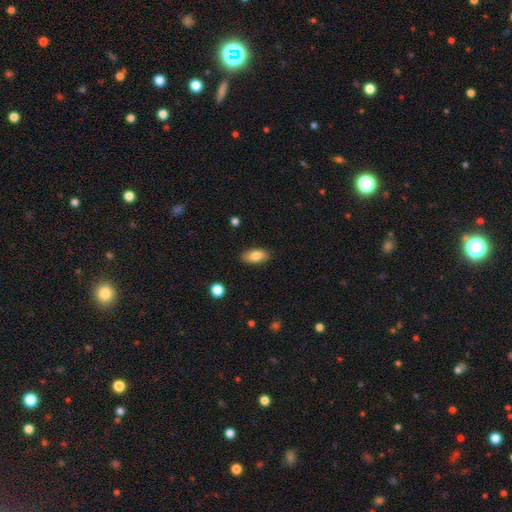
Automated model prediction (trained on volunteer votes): Smooth or featured?
  - smooth: 81% *
  - featured or disk: 12%
  - star or artifact: 7%
How rounded?
  - in between: 90% *
  - cigar-shaped: 6%
  - round: 4%
Merging?
  - none: 88% *
  - minor disturbance: 9%
  - major disturbance: 2%
  - merger: 1%